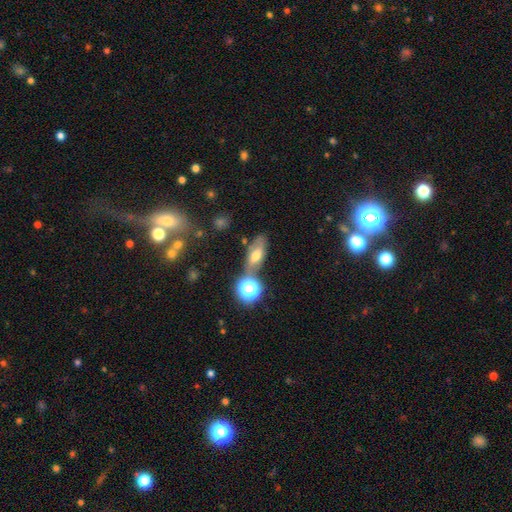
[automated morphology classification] A smooth galaxy with no disk features (50%) that is in between round and cigar-shaped (69%).

Vote fractions:
- Smooth or featured? smooth: 50% / featured or disk: 32% / star or artifact: 18%
- How rounded? in between: 69% / cigar-shaped: 17% / round: 13%
- Merging? none: 57% / minor disturbance: 19% / merger: 16% / major disturbance: 9%